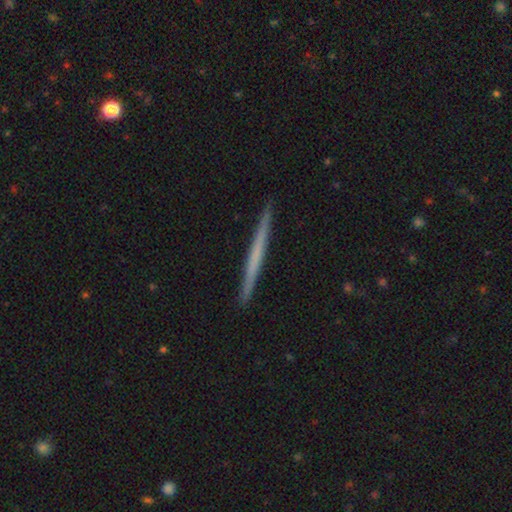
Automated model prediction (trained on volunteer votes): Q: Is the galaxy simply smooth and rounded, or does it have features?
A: featured or disk — 52%.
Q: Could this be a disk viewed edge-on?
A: yes — 98%.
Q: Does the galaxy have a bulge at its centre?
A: none — 91%.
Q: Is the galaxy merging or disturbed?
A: none — 93%.